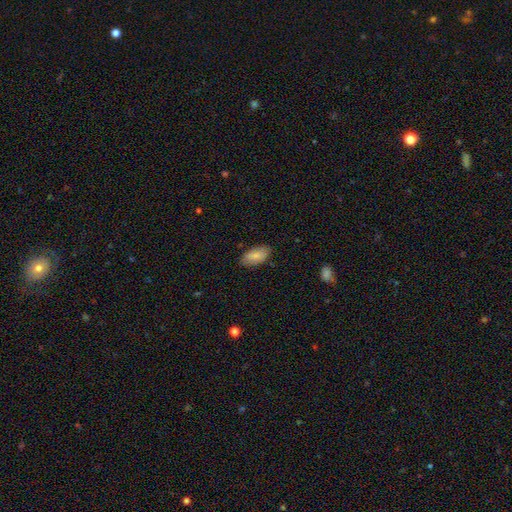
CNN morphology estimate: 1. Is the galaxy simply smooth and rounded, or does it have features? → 81% smooth, 13% featured or disk, 6% star or artifact.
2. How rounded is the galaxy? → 92% in between, 6% cigar-shaped, 2% round.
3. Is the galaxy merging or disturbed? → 81% none, 15% minor disturbance, 3% major disturbance, 1% merger.